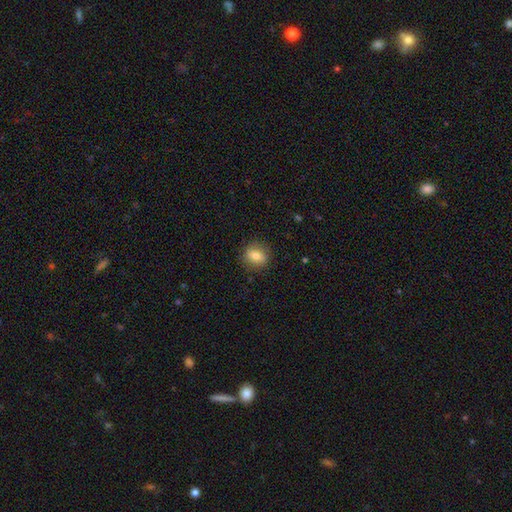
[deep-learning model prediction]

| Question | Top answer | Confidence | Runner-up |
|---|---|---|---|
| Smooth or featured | smooth | 75% | featured or disk (16%) |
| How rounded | round | 74% | in between (25%) |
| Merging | none | 87% | minor disturbance (9%) |